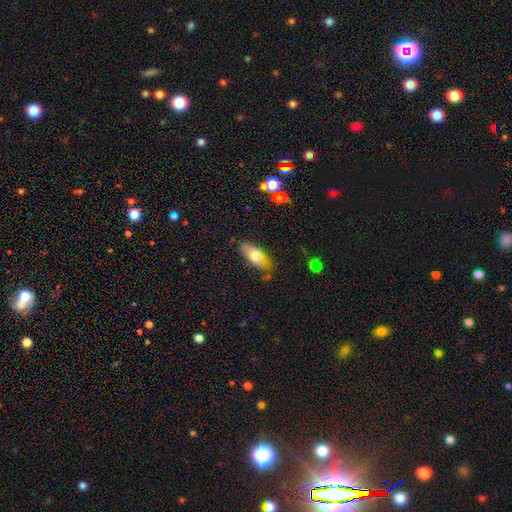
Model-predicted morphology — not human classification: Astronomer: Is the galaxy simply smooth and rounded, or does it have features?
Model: smooth — 68%.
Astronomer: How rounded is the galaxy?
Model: in between — 85%.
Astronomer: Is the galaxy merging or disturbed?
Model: none — 70%.